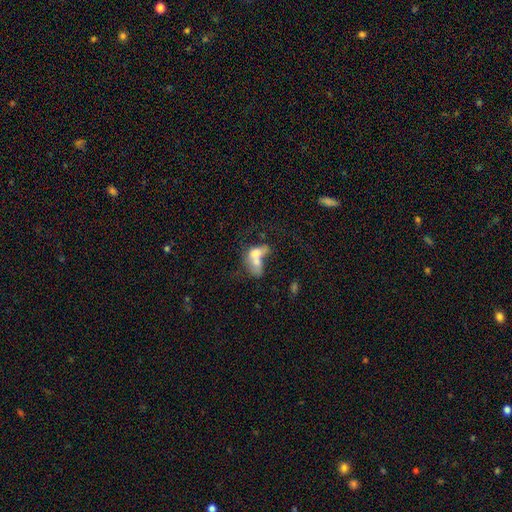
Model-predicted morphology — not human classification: Smooth or featured? Predicted: smooth (p=0.60). How rounded? Predicted: in between (p=0.78). Merging? Predicted: merger (p=0.68).